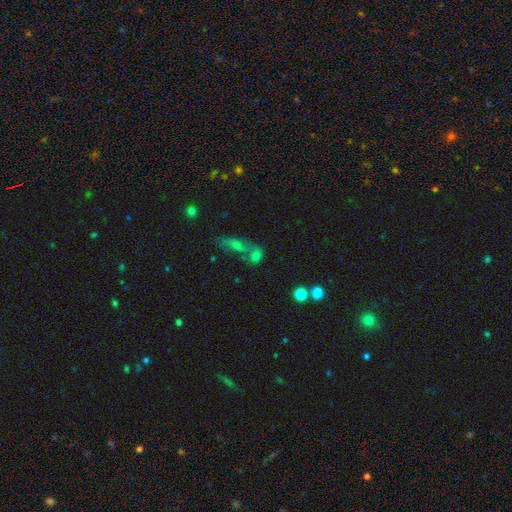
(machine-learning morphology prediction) smooth_or_featured: smooth (p=0.63) [alt: star or artifact p=0.20]
how_rounded: in between (p=0.50) [alt: round p=0.40]
merging: merger (p=0.46) [alt: none p=0.38]